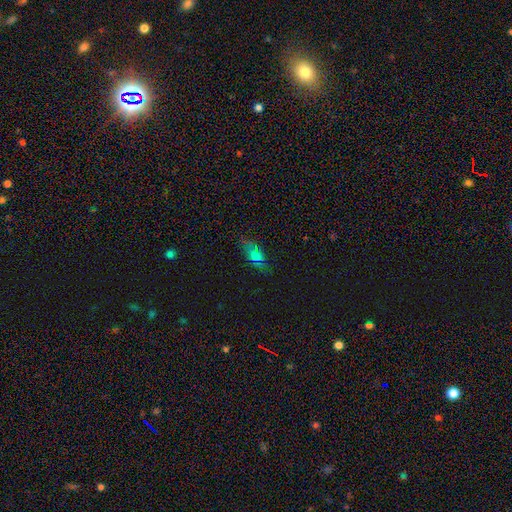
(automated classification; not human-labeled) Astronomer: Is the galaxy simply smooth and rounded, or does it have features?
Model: smooth — 55%.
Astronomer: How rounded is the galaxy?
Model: in between — 82%.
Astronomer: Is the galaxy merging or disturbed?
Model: none — 70%.